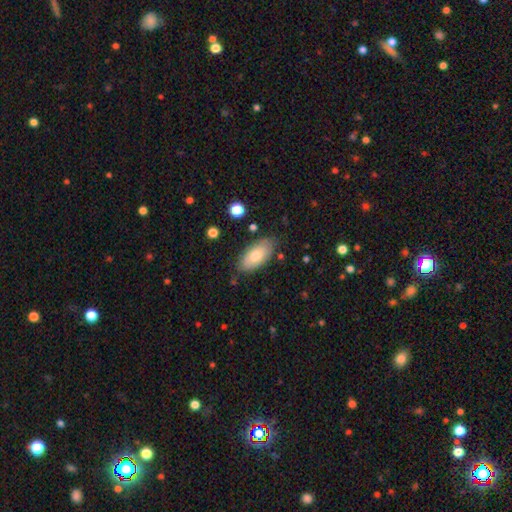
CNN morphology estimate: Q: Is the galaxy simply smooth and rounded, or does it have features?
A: smooth — 73%.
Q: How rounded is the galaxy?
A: in between — 93%.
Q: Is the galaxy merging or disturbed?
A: none — 79%.